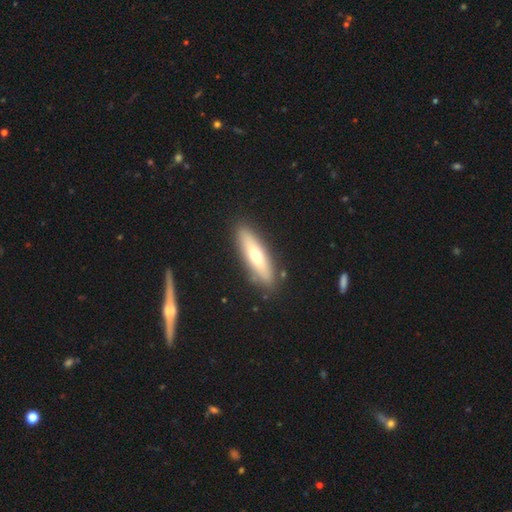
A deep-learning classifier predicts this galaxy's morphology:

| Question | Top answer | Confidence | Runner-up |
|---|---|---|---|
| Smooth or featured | smooth | 56% | featured or disk (38%) |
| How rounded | cigar-shaped | 65% | in between (33%) |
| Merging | none | 86% | minor disturbance (10%) |